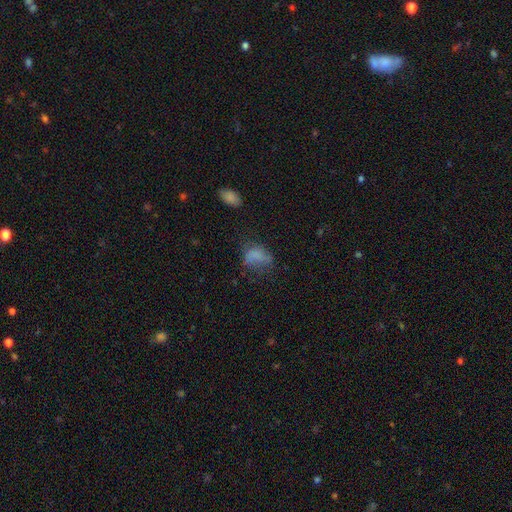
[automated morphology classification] This is likely a smooth galaxy (68%). How rounded: likely in between (76%). Merging: marginally none (41%).